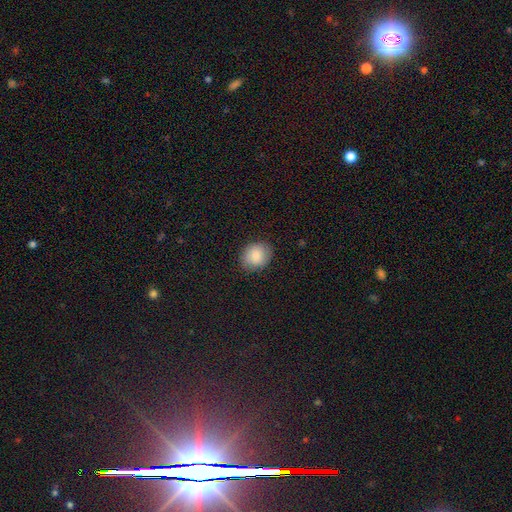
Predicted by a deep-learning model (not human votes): Smooth or featured?
  - smooth: 80% *
  - featured or disk: 12%
  - star or artifact: 8%
How rounded?
  - round: 64% *
  - in between: 35%
  - cigar-shaped: 1%
Merging?
  - none: 83% *
  - minor disturbance: 13%
  - major disturbance: 3%
  - merger: 1%